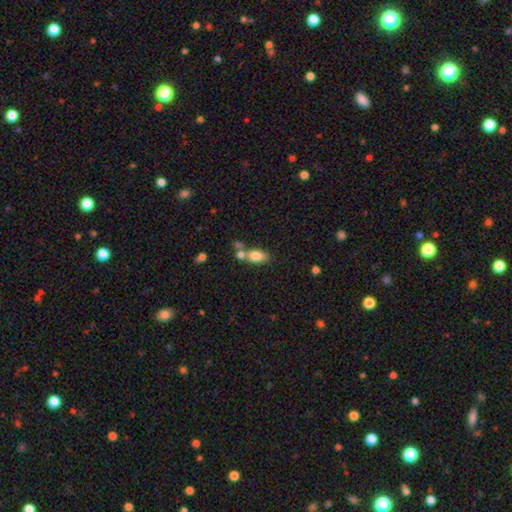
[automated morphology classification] smooth-or-featured: smooth: 78% | featured or disk: 13% | star or artifact: 9%
  how-rounded: in between: 85% | round: 10% | cigar-shaped: 5%
  merging: none: 44% | merger: 38% | minor disturbance: 13% | major disturbance: 5%